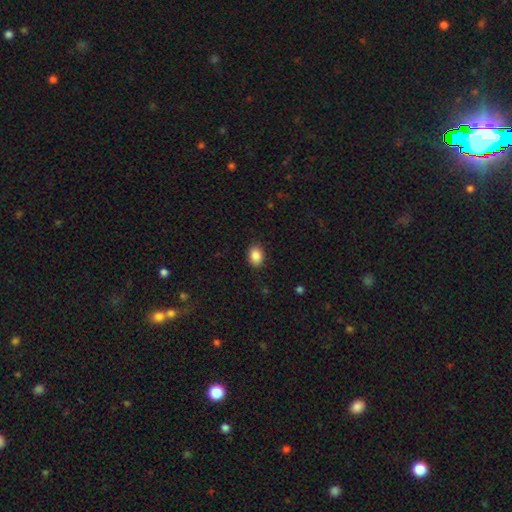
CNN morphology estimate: The model was most divided on "how rounded": in between: 72%, round: 27%, cigar-shaped: 1%. More confident: merging — none (88%); smooth or featured — smooth (88%).